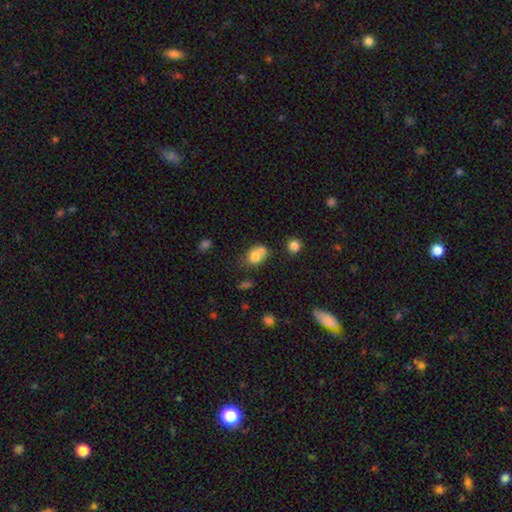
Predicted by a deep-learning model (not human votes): smooth-or-featured: smooth: 76% | featured or disk: 14% | star or artifact: 10%
  how-rounded: in between: 63% | round: 36% | cigar-shaped: 1%
  merging: merger: 37% (tied) | none: 37% (tied) | minor disturbance: 19% | major disturbance: 8%